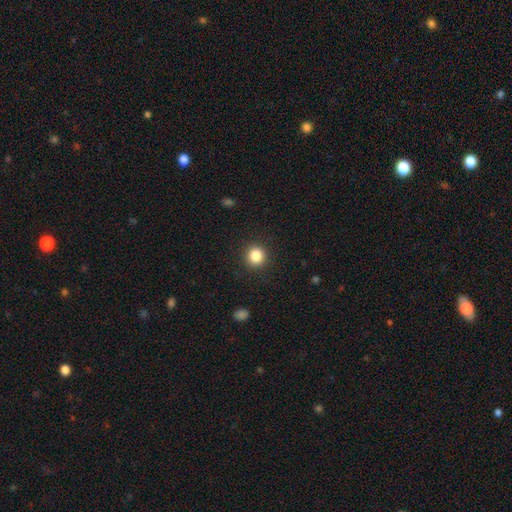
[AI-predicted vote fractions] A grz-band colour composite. It shows a smooth galaxy with no disk features (85%) that is round (89%). Merging: none (91%).